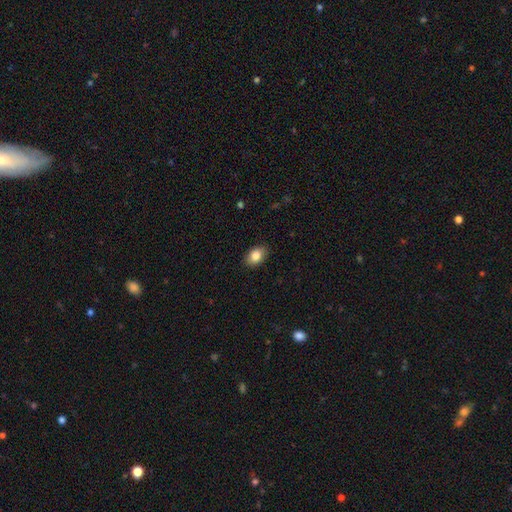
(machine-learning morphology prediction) This appears to be a smooth galaxy with no disk features (84%) that is in between round and cigar-shaped (84%). Merging: none (87%).